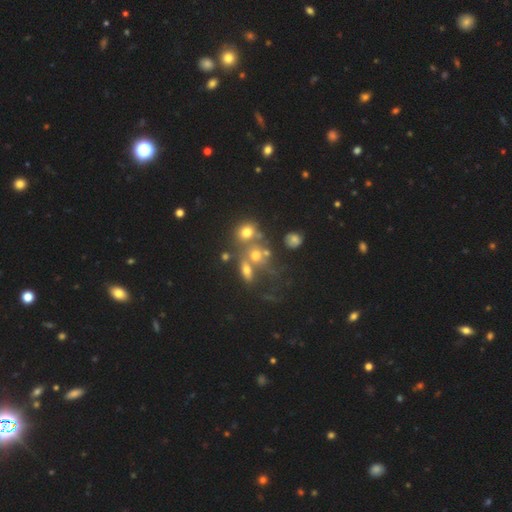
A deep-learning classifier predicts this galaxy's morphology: Overall: smooth (52%; featured or disk 25%). How rounded: round (52%; in between 44%). Merging: merger (45%; none 33%).